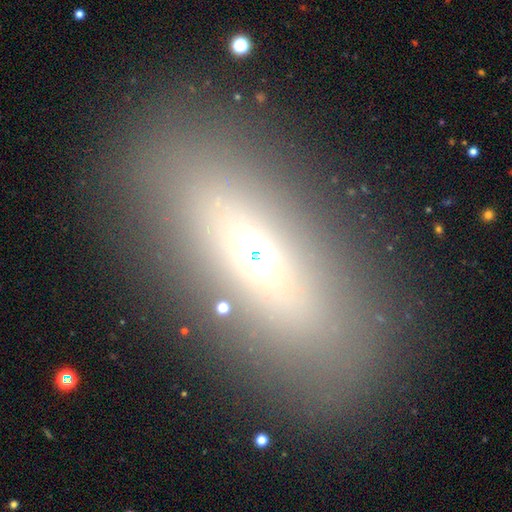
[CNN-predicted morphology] The model was most divided on "smooth or featured": smooth: 53%, featured or disk: 27%, star or artifact: 20%. More confident: merging — none (81%); how rounded — in between (69%).